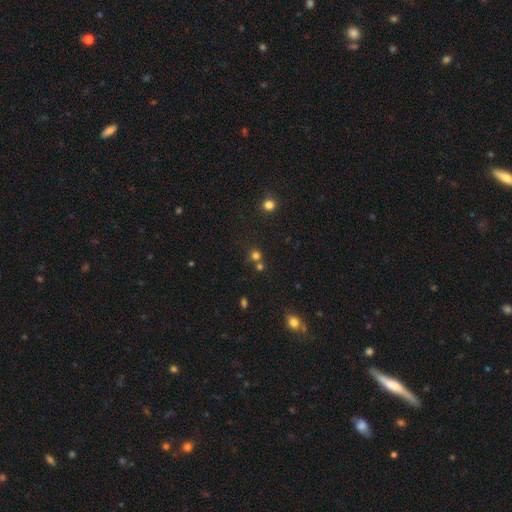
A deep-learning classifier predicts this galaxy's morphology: smooth 71%, star or artifact 22%, featured or disk 7%. Down the decision tree: how rounded — round (88%); merging — none (59%).